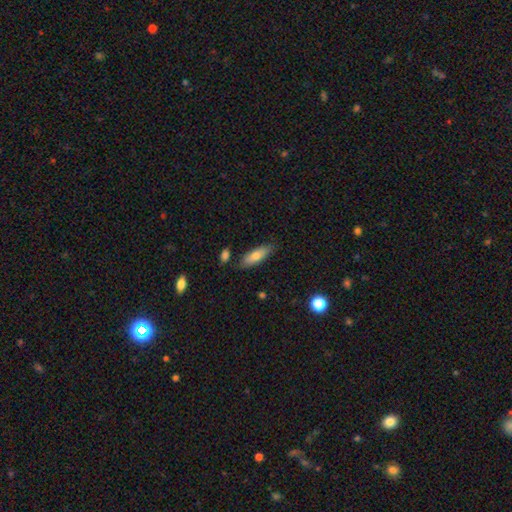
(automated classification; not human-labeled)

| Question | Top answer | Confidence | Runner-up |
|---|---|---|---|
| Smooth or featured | smooth | 72% | featured or disk (21%) |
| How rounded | in between | 53% | cigar-shaped (45%) |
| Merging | none | 81% | minor disturbance (13%) |